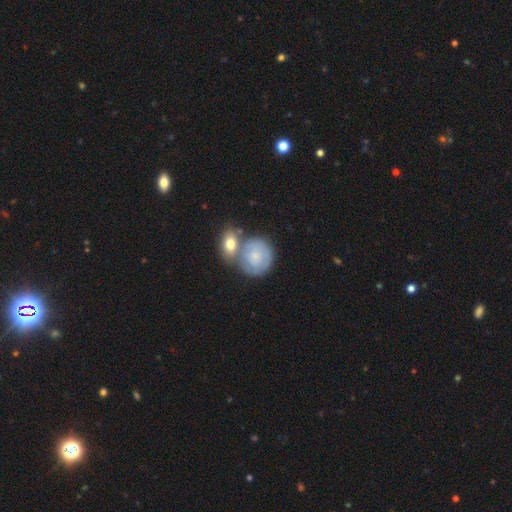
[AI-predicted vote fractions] A smooth galaxy with no disk features (54%) that is round (80%). Merging: none (40%, tied with merger).